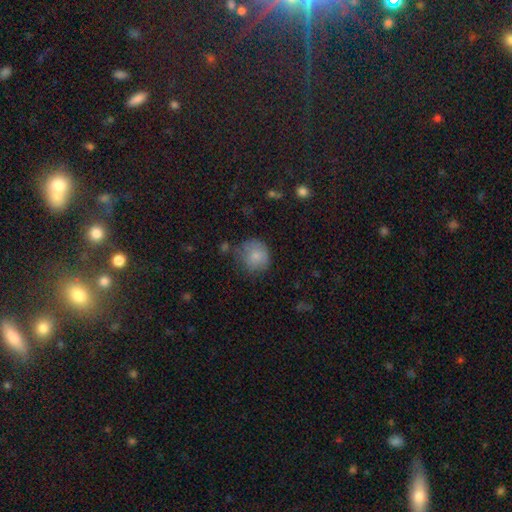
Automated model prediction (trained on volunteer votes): A smooth galaxy with no disk features (81%) that is round (87%).

Vote fractions:
- Smooth or featured? smooth: 81% / featured or disk: 10% / star or artifact: 9%
- How rounded? round: 87% / in between: 12% / cigar-shaped: 1%
- Merging? none: 62% / minor disturbance: 25% / major disturbance: 8% / merger: 4%